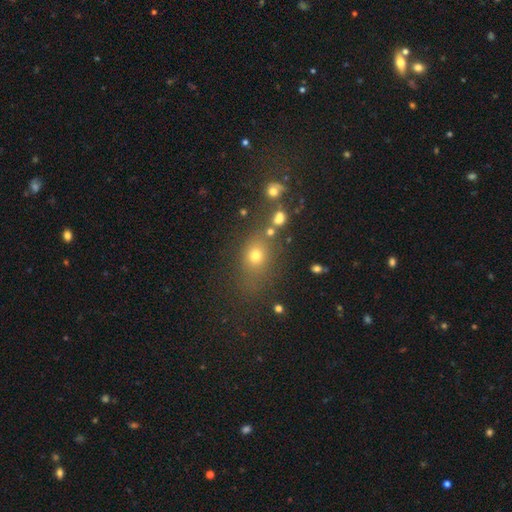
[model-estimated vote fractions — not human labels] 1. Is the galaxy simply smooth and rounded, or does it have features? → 64% smooth, 24% star or artifact, 12% featured or disk.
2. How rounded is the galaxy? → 49% round, 47% in between, 3% cigar-shaped.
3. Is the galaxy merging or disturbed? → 69% none, 14% minor disturbance, 10% merger, 7% major disturbance.